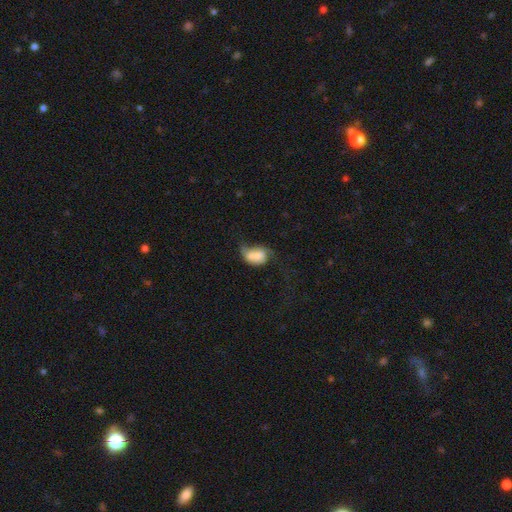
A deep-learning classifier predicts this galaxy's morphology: Q: Smooth or featured?
A: smooth (61%); runner-up: featured or disk (30%)
Q: How rounded?
A: in between (80%); runner-up: round (18%)
Q: Merging?
A: major disturbance (39%); runner-up: minor disturbance (24%)